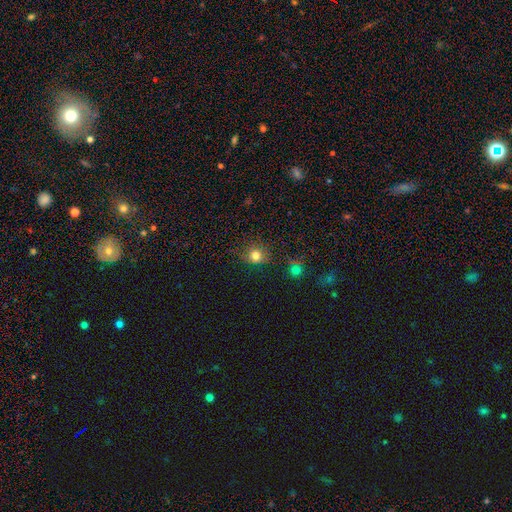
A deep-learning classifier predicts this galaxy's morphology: Smooth or featured?
  - smooth: 78% *
  - star or artifact: 16%
  - featured or disk: 7%
How rounded?
  - round: 82% *
  - in between: 17%
  - cigar-shaped: 1%
Merging?
  - none: 78% *
  - minor disturbance: 14%
  - major disturbance: 4%
  - merger: 3%